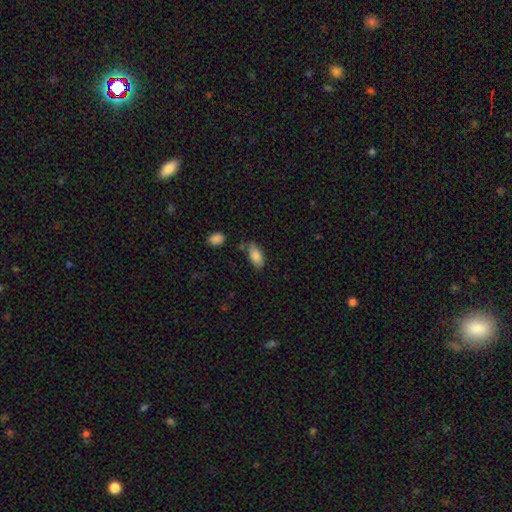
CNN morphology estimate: This appears to be a smooth galaxy with no disk features (85%) that is in between round and cigar-shaped (93%). Merging: none (67%).